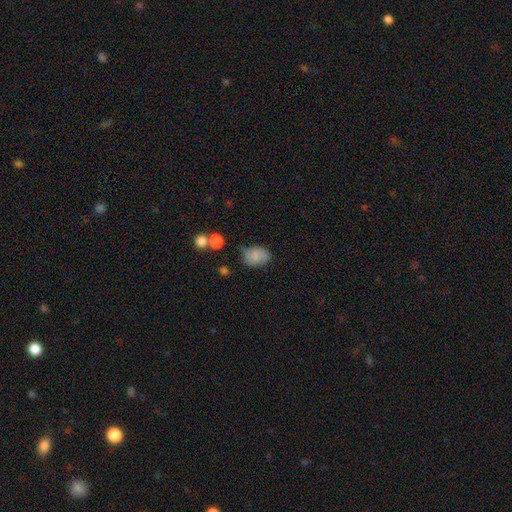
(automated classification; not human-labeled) smooth 74%, featured or disk 17%, star or artifact 9%. Down the decision tree: how rounded — in between (70%); merging — none (59%).